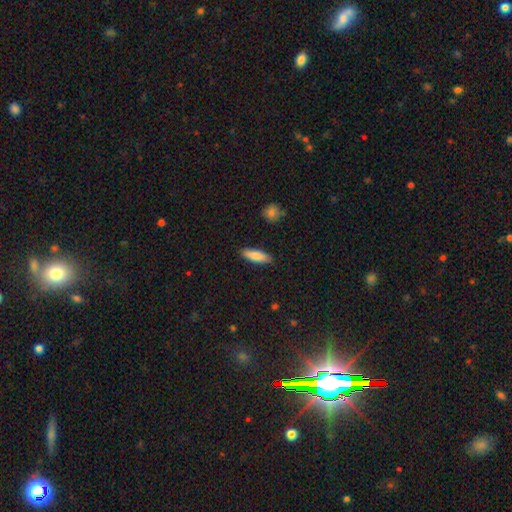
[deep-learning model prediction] smooth_or_featured: smooth (p=0.79) [alt: featured or disk p=0.15]
how_rounded: cigar-shaped (p=0.58) [alt: in between p=0.40]
merging: none (p=0.88) [alt: minor disturbance p=0.08]